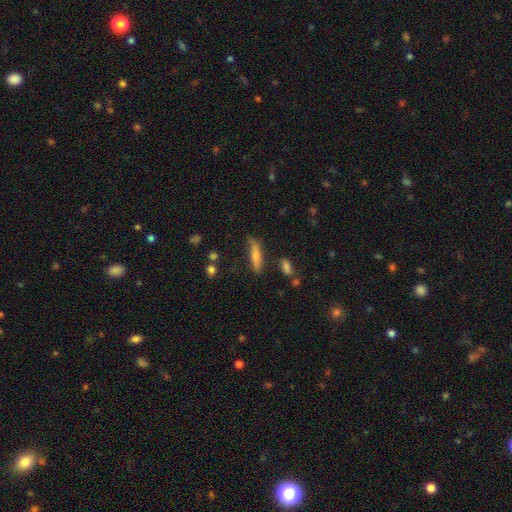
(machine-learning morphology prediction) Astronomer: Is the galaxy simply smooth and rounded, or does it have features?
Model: smooth — 74%.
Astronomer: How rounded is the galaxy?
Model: cigar-shaped — 76%.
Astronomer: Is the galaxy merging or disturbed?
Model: none — 67%.